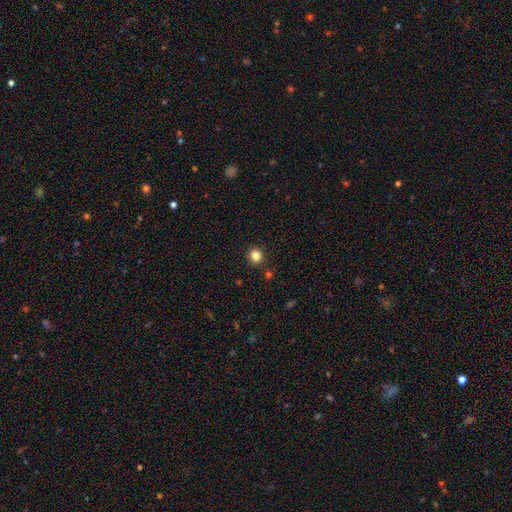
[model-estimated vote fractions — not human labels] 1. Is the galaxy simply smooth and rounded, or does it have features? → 83% smooth, 12% star or artifact, 4% featured or disk.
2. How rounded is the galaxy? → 89% round, 10% in between, 1% cigar-shaped.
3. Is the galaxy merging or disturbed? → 89% none, 6% minor disturbance, 3% merger, 2% major disturbance.